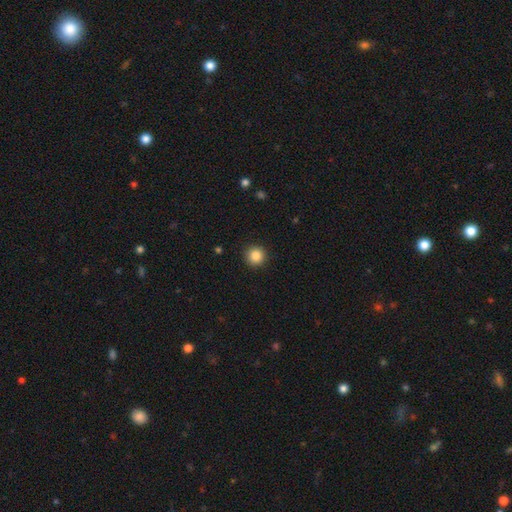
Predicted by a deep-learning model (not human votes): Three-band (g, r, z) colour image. It shows a smooth galaxy with no disk features (86%) that is round (95%). Merging: none (91%).